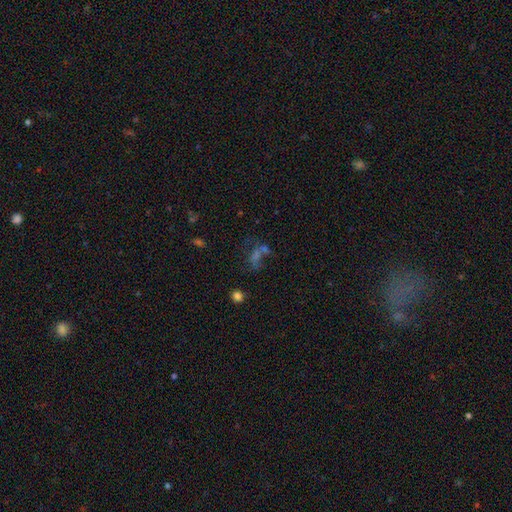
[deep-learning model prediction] smooth_or_featured: star or artifact (p=0.40) [alt: smooth p=0.32]